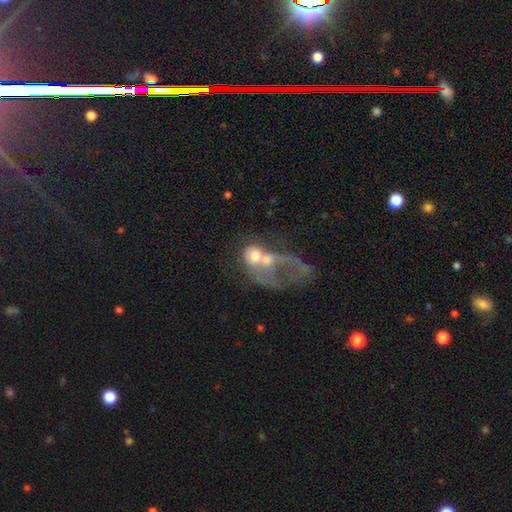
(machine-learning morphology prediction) type=featured or disk (50%); edge-on=no (96%); merging=merger (59%).